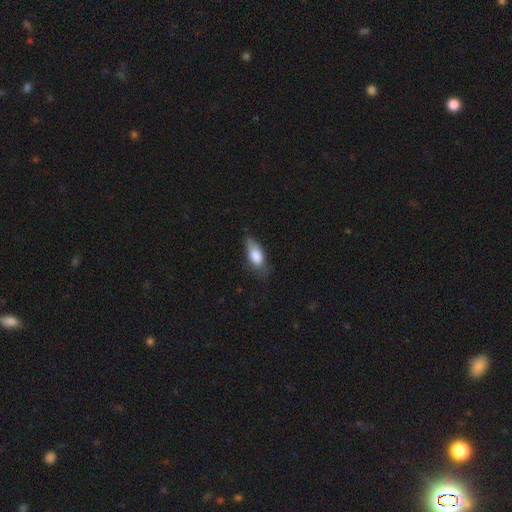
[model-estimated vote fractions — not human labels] smooth 78%, featured or disk 15%, star or artifact 7%. Down the decision tree: how rounded — in between (82%); merging — none (51%).